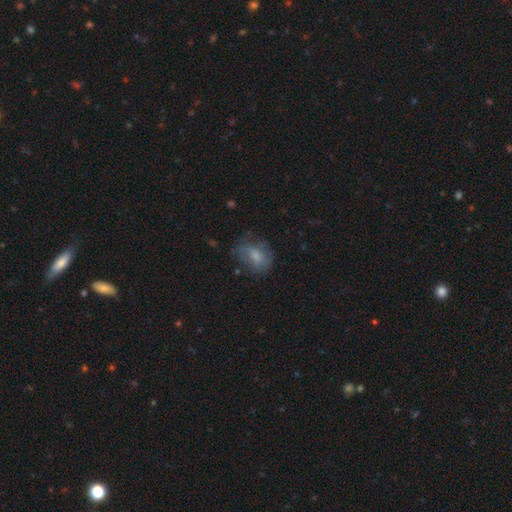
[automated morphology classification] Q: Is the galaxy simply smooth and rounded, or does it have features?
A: smooth — 65%.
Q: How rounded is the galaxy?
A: in between — 68%.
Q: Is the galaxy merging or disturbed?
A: none — 51%.